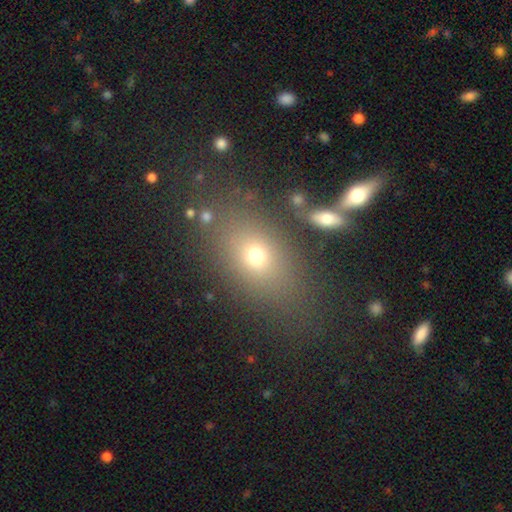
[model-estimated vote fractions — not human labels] smooth 67%, star or artifact 17%, featured or disk 16%. Down the decision tree: how rounded — in between (71%); merging — none (75%).